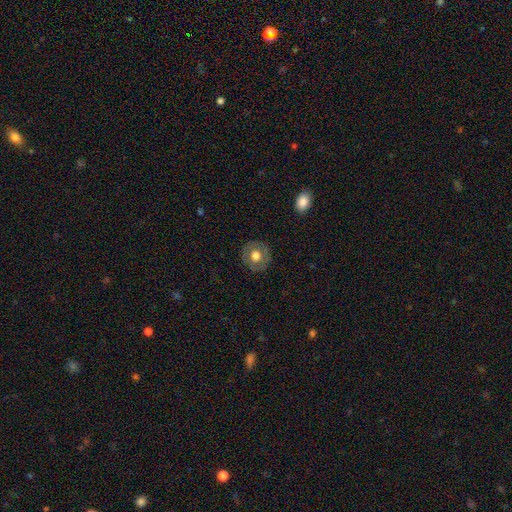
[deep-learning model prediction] Smooth or featured: smooth — 65% (featured or disk — 27%)
How rounded: round — 91% (in between — 8%)
Merging: none — 88% (minor disturbance — 9%)